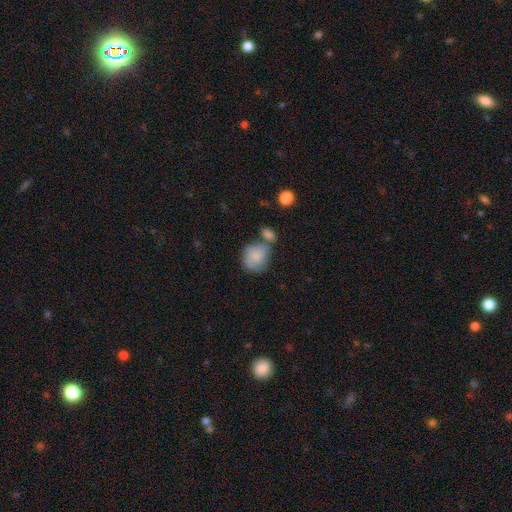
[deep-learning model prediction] Smooth or featured? smooth (81%)
How rounded? round (67%)
Merging? none (42%)